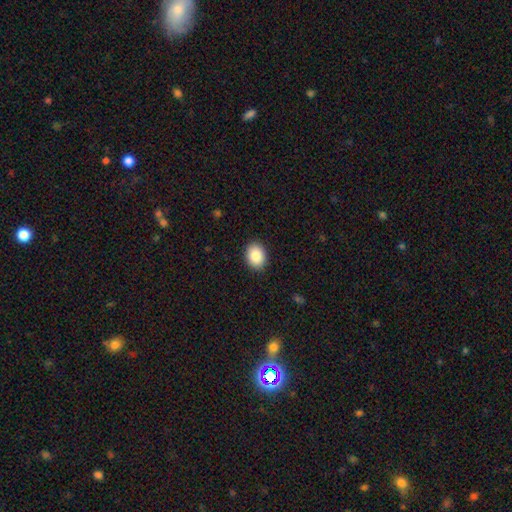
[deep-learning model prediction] A smooth galaxy with no disk features (87%) that is in between round and cigar-shaped (65%).

Vote fractions:
- Smooth or featured? smooth: 87% / star or artifact: 7% / featured or disk: 6%
- How rounded? in between: 65% / round: 34% / cigar-shaped: 1%
- Merging? none: 90% / minor disturbance: 7% / major disturbance: 2% / merger: 1%